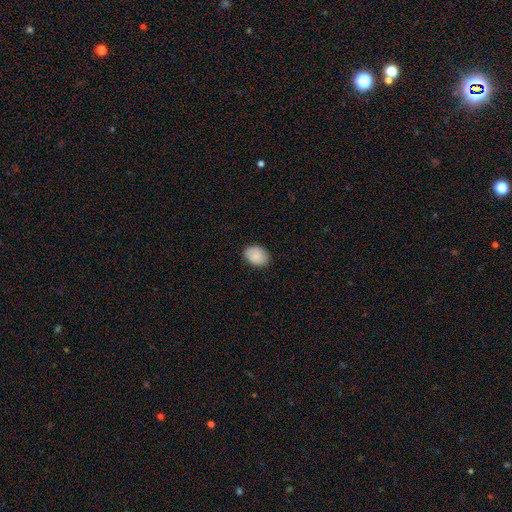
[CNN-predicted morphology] Q: Smooth or featured?
A: smooth (85%); runner-up: featured or disk (8%)
Q: How rounded?
A: in between (69%); runner-up: round (30%)
Q: Merging?
A: none (84%); runner-up: minor disturbance (12%)